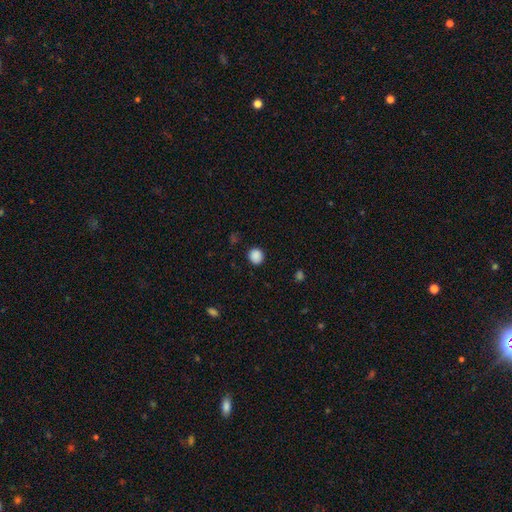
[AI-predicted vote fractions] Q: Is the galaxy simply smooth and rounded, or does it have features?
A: smooth — 88%.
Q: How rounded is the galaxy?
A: round — 87%.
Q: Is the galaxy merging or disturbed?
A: none — 90%.